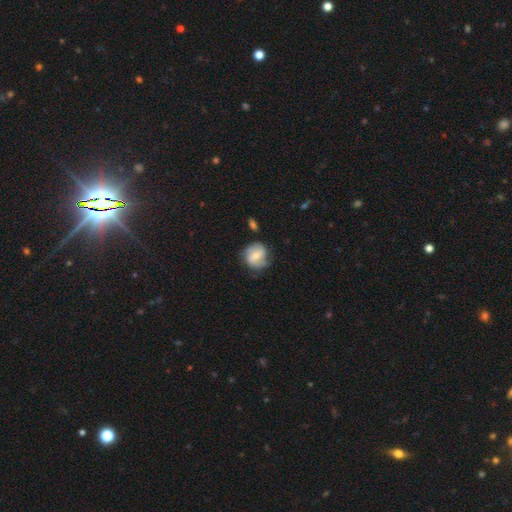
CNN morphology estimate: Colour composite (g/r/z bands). It shows a featured or disk galaxy (48%). Merging: none (61%).